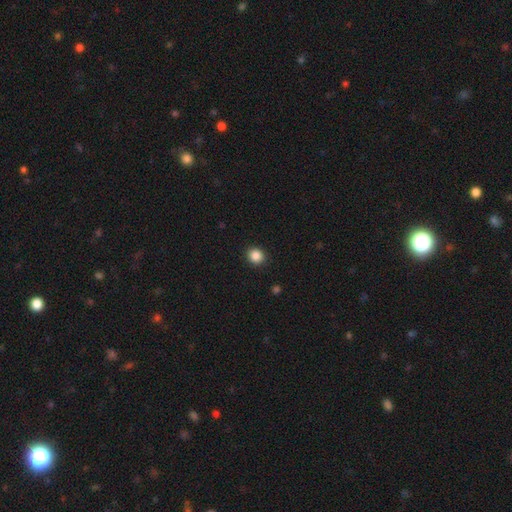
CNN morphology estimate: smooth 86%, star or artifact 10%, featured or disk 4%. Down the decision tree: how rounded — round (83%); merging — none (92%).